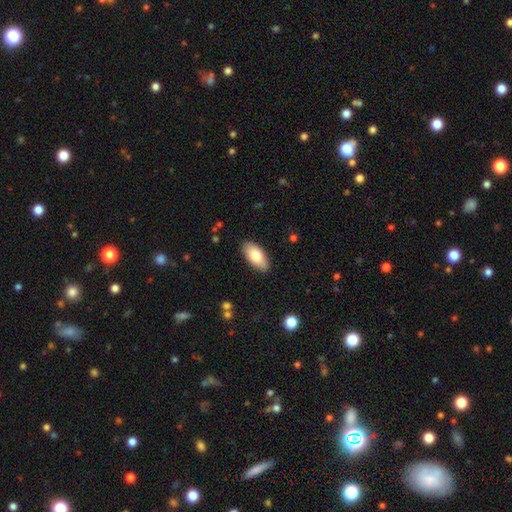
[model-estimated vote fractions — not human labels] Overall: smooth (77%). How rounded: in between (91%). Merging: none (88%).